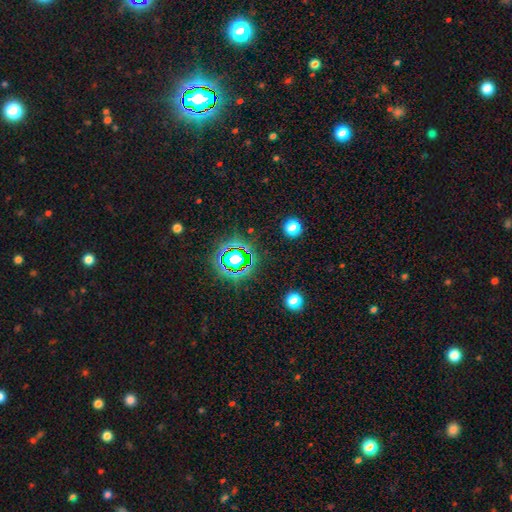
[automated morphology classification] type=star or artifact (78%).